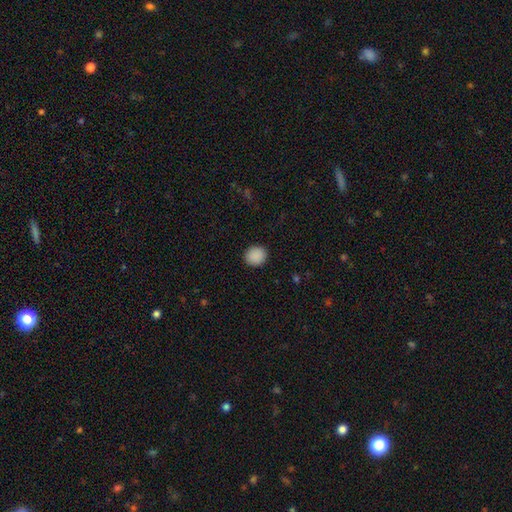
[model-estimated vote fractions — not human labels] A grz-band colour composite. It shows a smooth galaxy with no disk features (90%) that is round (80%). Merging: none (91%).